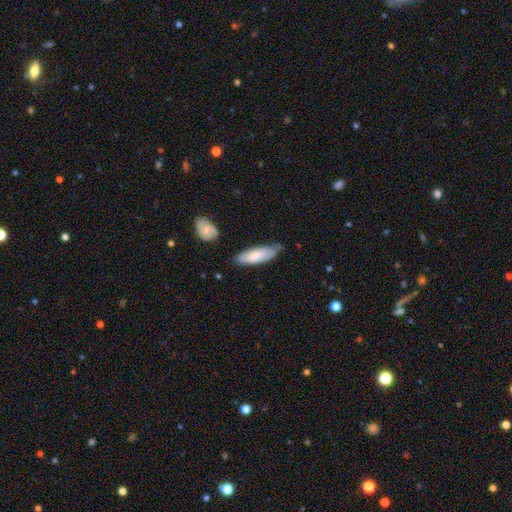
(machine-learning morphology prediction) A smooth galaxy with no disk features (74%) that is in between round and cigar-shaped (58%). Merging: none (67%).